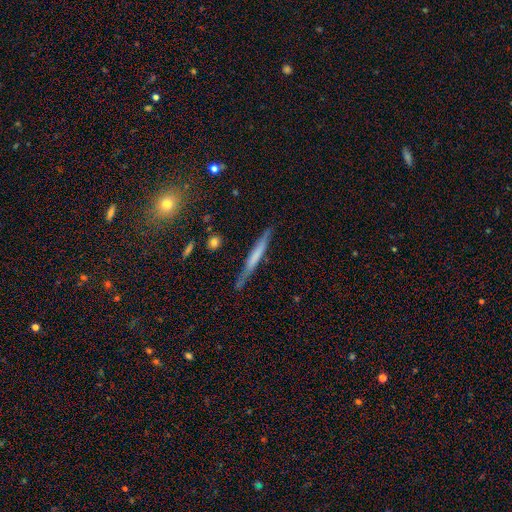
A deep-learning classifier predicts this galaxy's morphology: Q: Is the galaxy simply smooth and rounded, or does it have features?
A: smooth — 47%, tied with featured or disk.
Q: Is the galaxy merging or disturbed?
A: none — 80%.